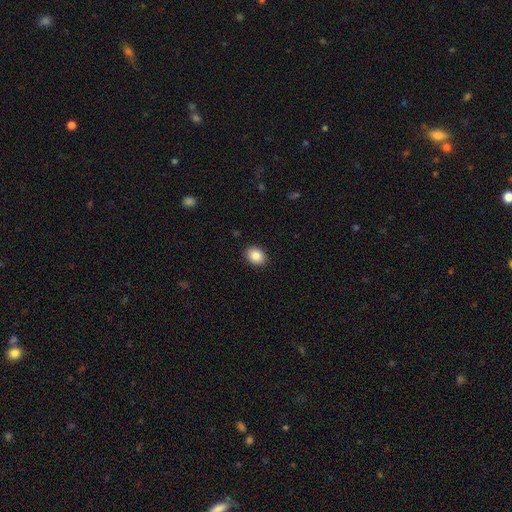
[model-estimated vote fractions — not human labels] Overall: smooth (88%). How rounded: in between (66%; round 33%). Merging: none (90%).